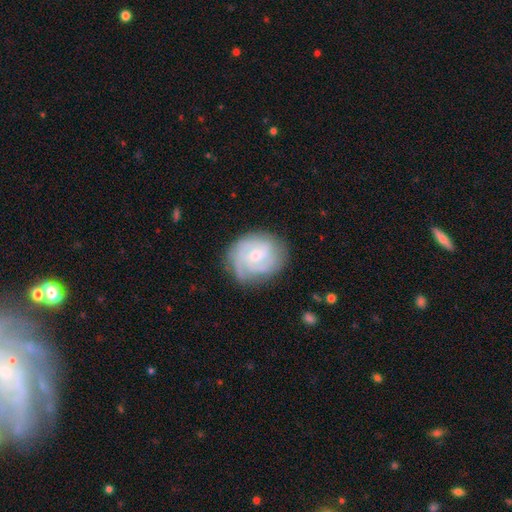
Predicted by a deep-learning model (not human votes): Smooth or featured?
  - featured or disk: 77% *
  - smooth: 17%
  - star or artifact: 7%
Edge-on disk?
  - no: 97% *
  - yes: 3%
Bar?
  - no: 54% *
  - weak: 40%
  - strong: 6%
Spiral arms?
  - yes: 94% *
  - no: 6%
Spiral winding?
  - tight: 64% *
  - medium: 29%
  - loose: 7%
Spiral arm count?
  - can't tell: 33% *
  - 3: 28%
  - 2: 20%
  - 4: 10%
  - 1: 5%
  - more than 4: 5%
Bulge size?
  - small: 52% *
  - moderate: 42%
  - none: 3%
  - large: 2%
  - dominant: 1%
Merging?
  - none: 74% *
  - minor disturbance: 18%
  - major disturbance: 6%
  - merger: 1%